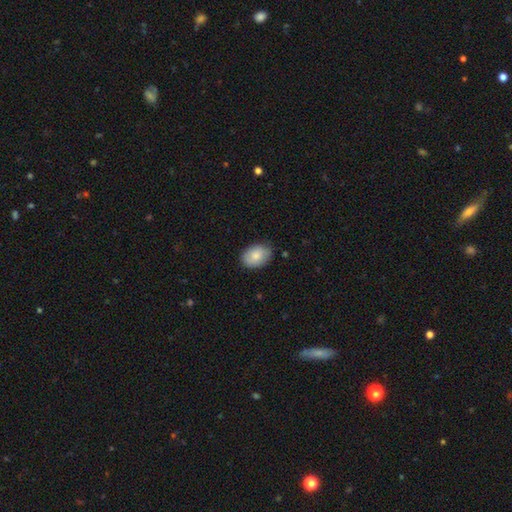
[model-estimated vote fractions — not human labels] Morphology: type=smooth (84%); roundness=in between (82%); merging=none (83%).